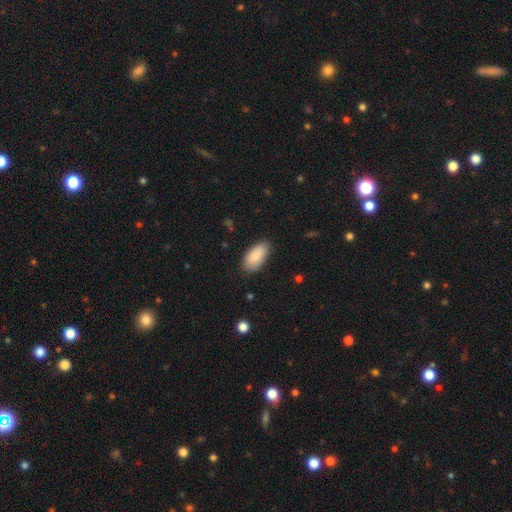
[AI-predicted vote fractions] This is clearly a smooth galaxy (88%). How rounded: clearly in between (94%). Merging: clearly none (82%).